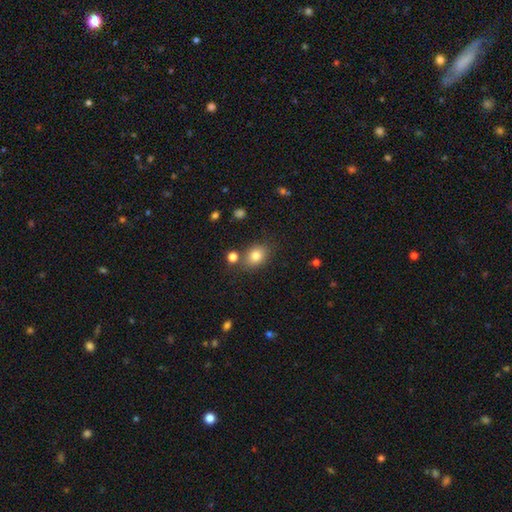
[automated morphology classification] Q: Smooth or featured?
A: smooth (81%); runner-up: star or artifact (11%)
Q: How rounded?
A: in between (54%); runner-up: round (45%)
Q: Merging?
A: none (74%); runner-up: minor disturbance (12%)